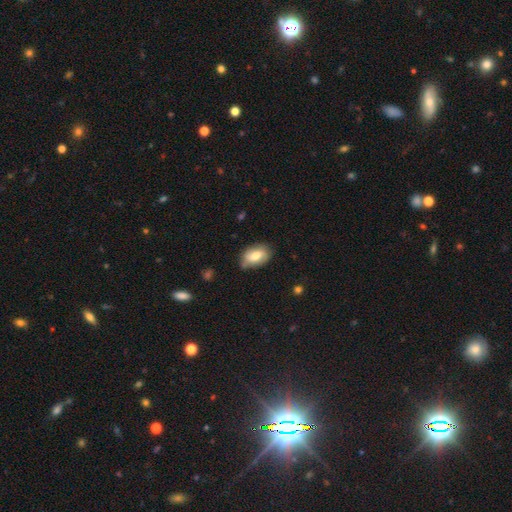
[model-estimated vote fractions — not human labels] smooth-or-featured: smooth: 67% | featured or disk: 26% | star or artifact: 7%
  how-rounded: in between: 88% | round: 10% | cigar-shaped: 2%
  merging: none: 68% | minor disturbance: 25% | major disturbance: 5% | merger: 2%